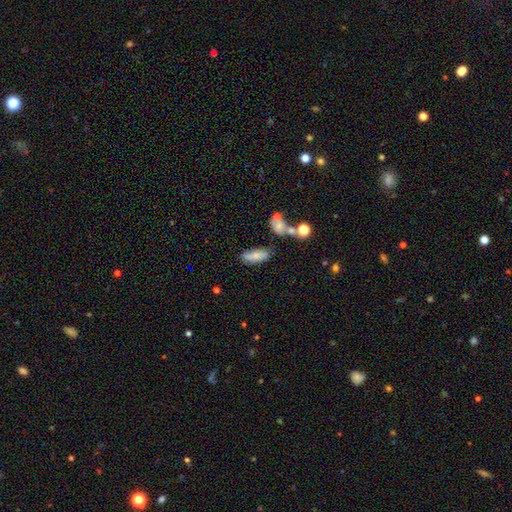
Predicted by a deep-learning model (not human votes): smooth 70%, featured or disk 21%, star or artifact 9%. Down the decision tree: how rounded — in between (74%); merging — none (61%).